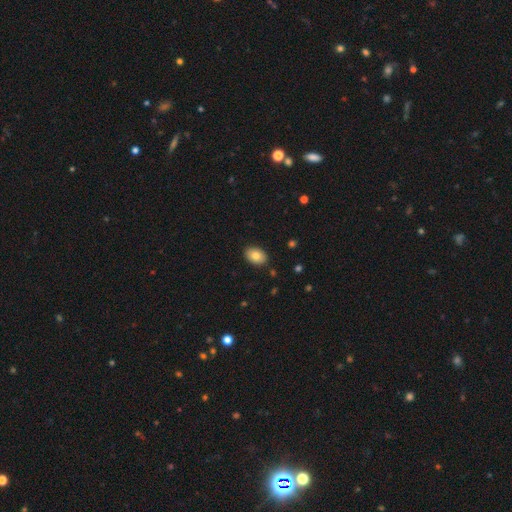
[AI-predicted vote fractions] This appears to be a smooth galaxy with no disk features (81%) that is in between round and cigar-shaped (85%). Merging: none (89%).